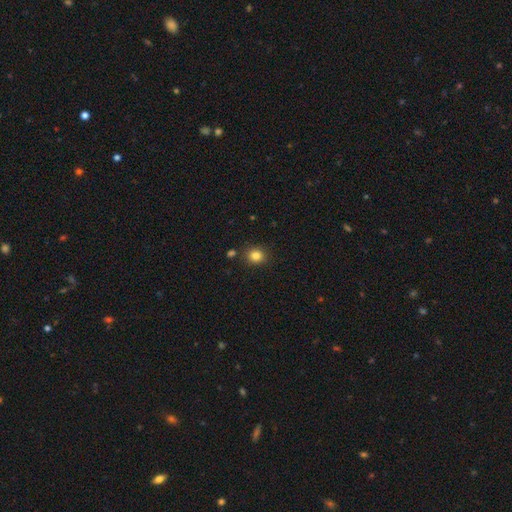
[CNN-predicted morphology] This appears to be a smooth galaxy with no disk features (83%) that is round (78%). Merging: none (86%).